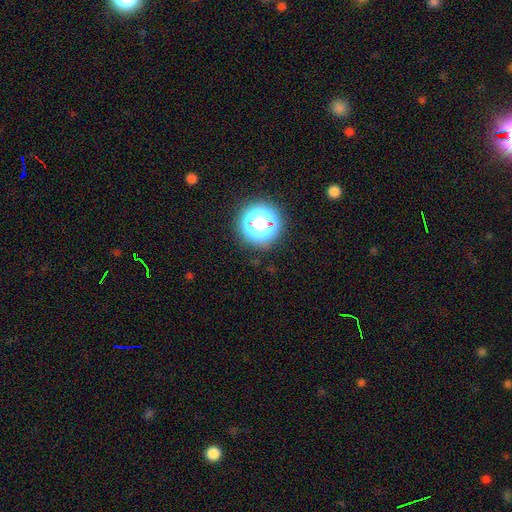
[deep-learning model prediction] Q: Smooth or featured?
A: star or artifact (64%); runner-up: smooth (26%)